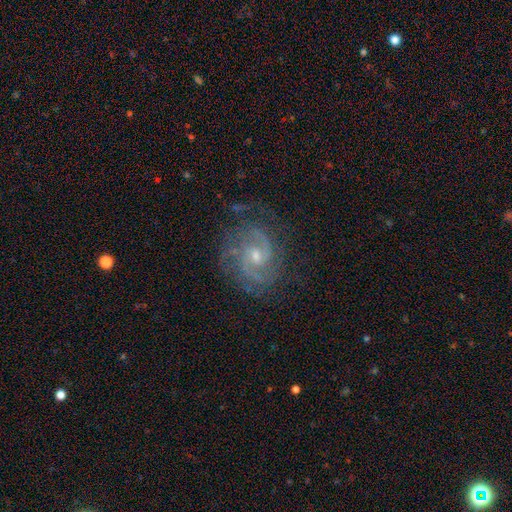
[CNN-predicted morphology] type=featured or disk (89%); edge-on=no (98%); bar=no (52%); spiral arms=yes (98%); winding=tight (46%); arm count=2 (65%); bulge=small (56%); merging=none (75%).